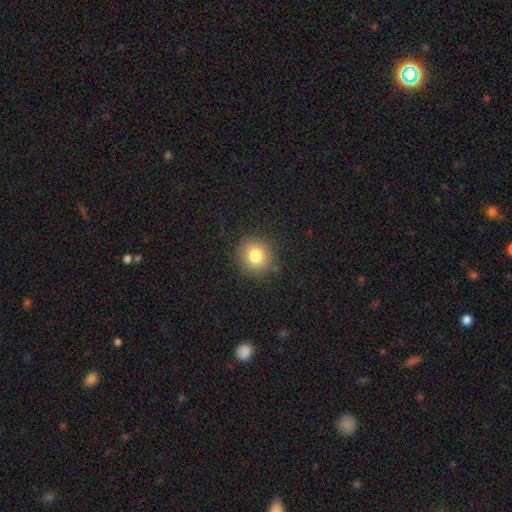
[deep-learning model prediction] smooth_or_featured: smooth (p=0.80) [alt: star or artifact p=0.12]
how_rounded: round (p=0.89) [alt: in between p=0.10]
merging: none (p=0.88) [alt: minor disturbance p=0.08]